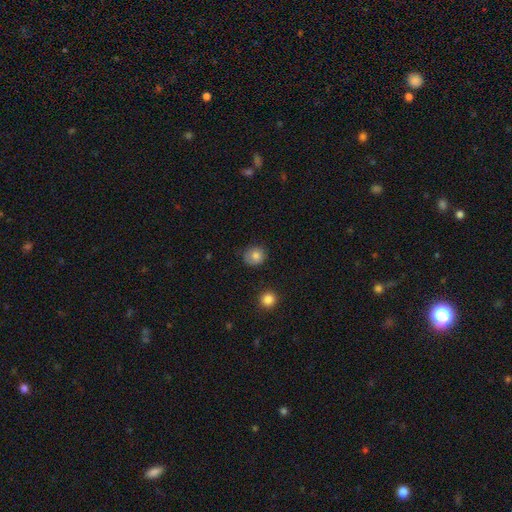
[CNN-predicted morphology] A smooth galaxy with no disk features (81%) that is round (82%). Merging: none (77%).